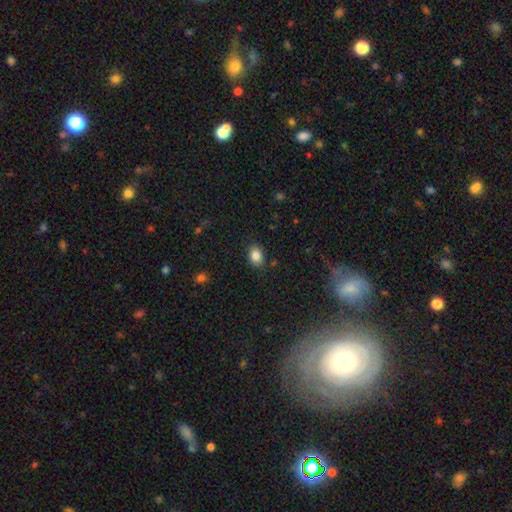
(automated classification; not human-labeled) Smooth or featured? Predicted: smooth (p=0.86). How rounded? Predicted: in between (p=0.74). Merging? Predicted: none (p=0.85).